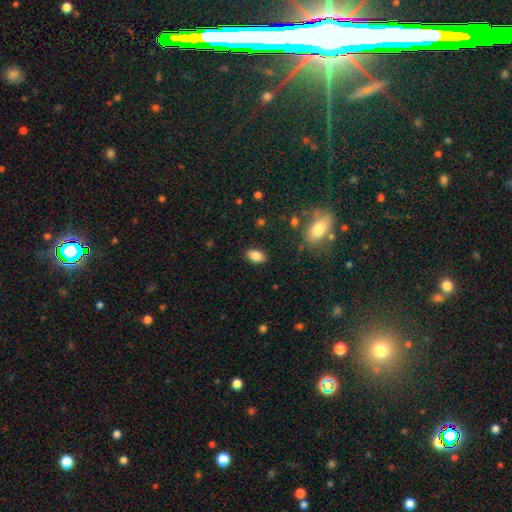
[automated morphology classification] smooth 85%, star or artifact 8%, featured or disk 7%. Down the decision tree: how rounded — in between (91%); merging — none (87%).